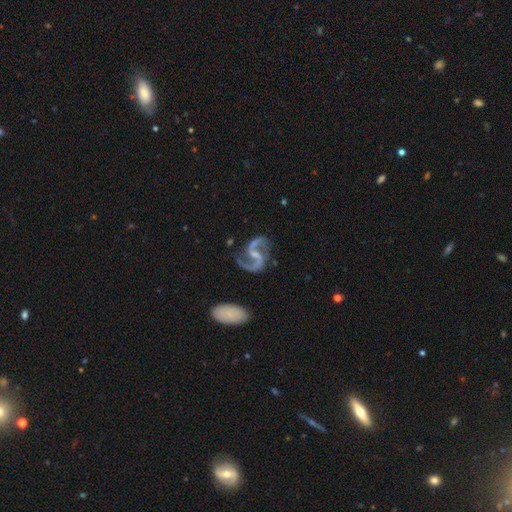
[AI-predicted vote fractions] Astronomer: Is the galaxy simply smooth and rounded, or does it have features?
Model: featured or disk — 93%.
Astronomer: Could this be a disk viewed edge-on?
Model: no — 98%.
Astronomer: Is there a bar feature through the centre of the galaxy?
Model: weak — 48% (runner-up: no, 27%).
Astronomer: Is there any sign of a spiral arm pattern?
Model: yes — 98%.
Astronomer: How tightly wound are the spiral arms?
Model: loose — 50% (runner-up: medium, 44%).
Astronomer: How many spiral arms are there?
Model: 2 — 94%.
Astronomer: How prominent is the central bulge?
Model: small — 49% (runner-up: none, 29%).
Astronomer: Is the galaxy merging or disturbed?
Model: none — 72%.